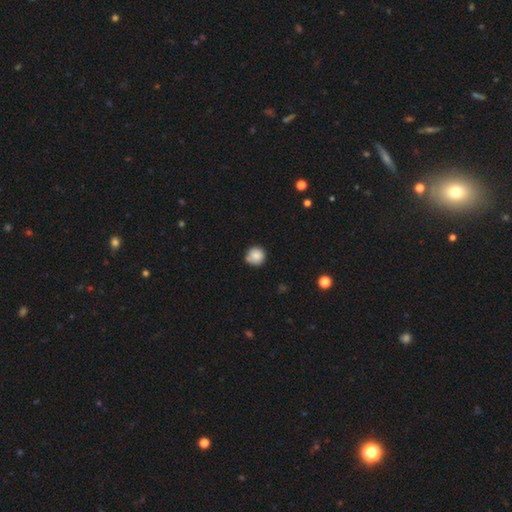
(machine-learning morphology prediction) Smooth or featured: smooth — 86% (star or artifact — 9%)
How rounded: round — 92% (in between — 7%)
Merging: none — 80% (minor disturbance — 16%)